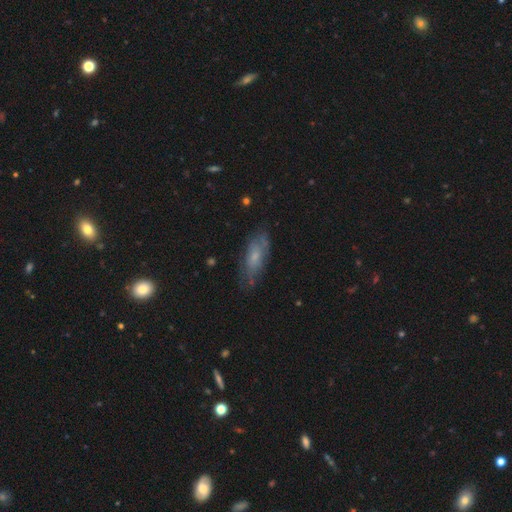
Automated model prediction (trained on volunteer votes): smooth_or_featured: smooth (p=0.50) [alt: featured or disk p=0.42]
merging: none (p=0.70) [alt: minor disturbance p=0.21]